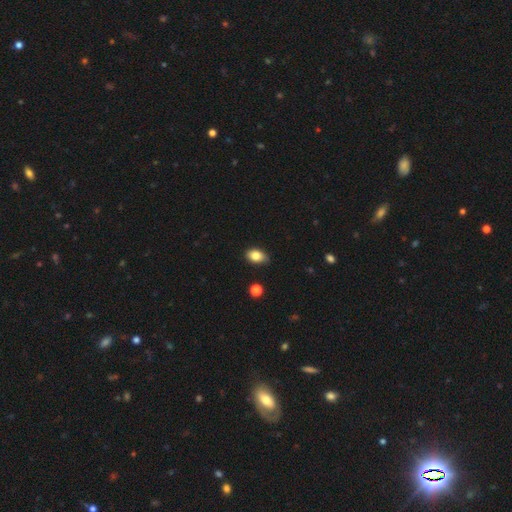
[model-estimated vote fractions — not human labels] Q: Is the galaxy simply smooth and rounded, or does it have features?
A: smooth — 83%.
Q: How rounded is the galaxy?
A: in between — 83%.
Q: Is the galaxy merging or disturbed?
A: none — 73%.